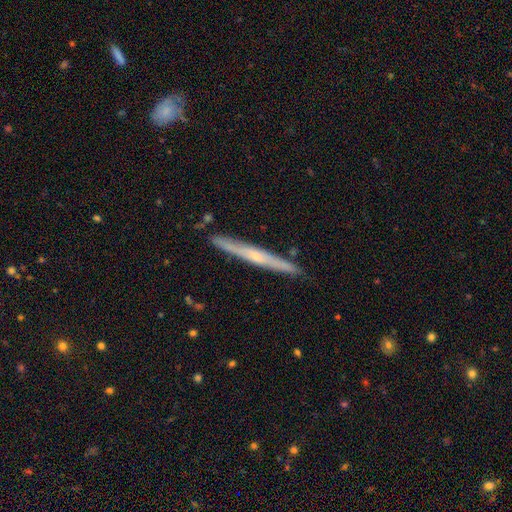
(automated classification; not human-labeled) Smooth or featured: featured or disk — 65% (smooth — 29%)
Edge-on disk: yes — 96% (no — 4%)
Edge-on bulge: rounded — 53% (none — 43%)
Merging: none — 89% (minor disturbance — 8%)